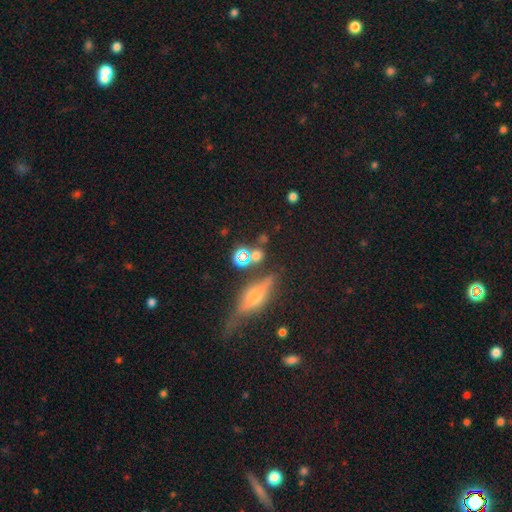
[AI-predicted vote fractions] A smooth galaxy with no disk features (56%) that is round (62%). Merging: none (73%).